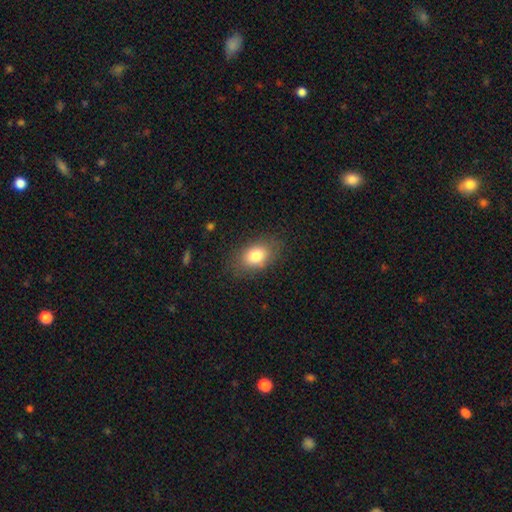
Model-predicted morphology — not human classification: This is clearly a smooth galaxy (80%). How rounded: likely in between (78%). Merging: clearly none (81%).